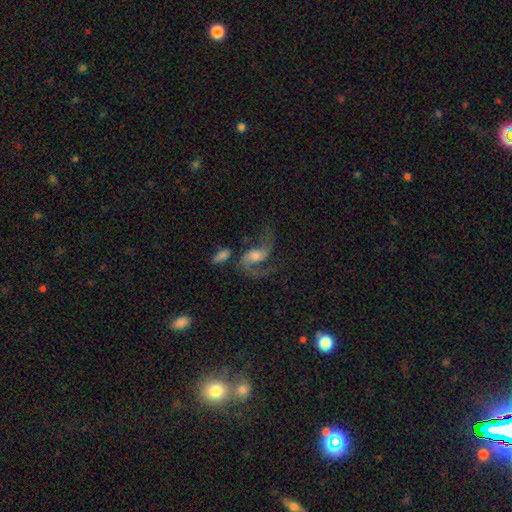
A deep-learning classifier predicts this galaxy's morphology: The model was most divided on "bar": no: 48%, weak: 40%, strong: 12%. Remaining: edge-on disk — no (97%); spiral arms — yes (94%); spiral arm count — 2 (85%); smooth or featured — featured or disk (80%); spiral winding — loose (66%); bulge size — moderate (48%); merging — none (45%).